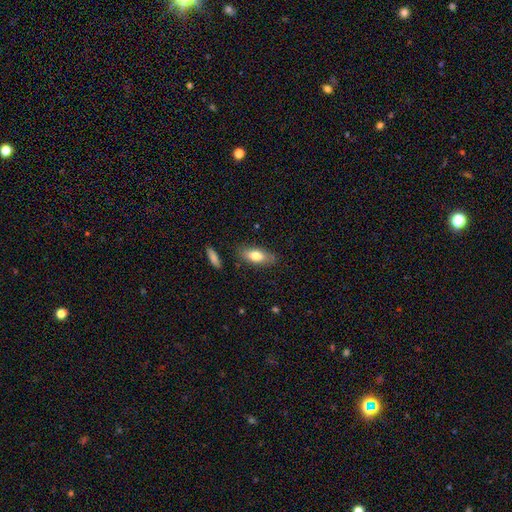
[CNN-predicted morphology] A smooth galaxy with no disk features (76%) that is in between round and cigar-shaped (77%). Merging: none (80%).